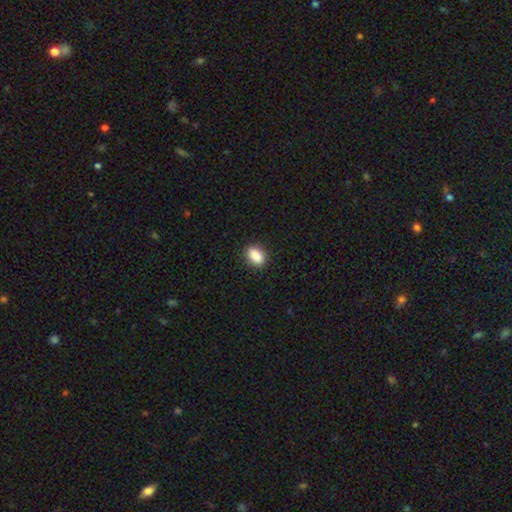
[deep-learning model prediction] smooth 88%, star or artifact 8%, featured or disk 4%. Down the decision tree: how rounded — in between (84%); merging — none (89%).